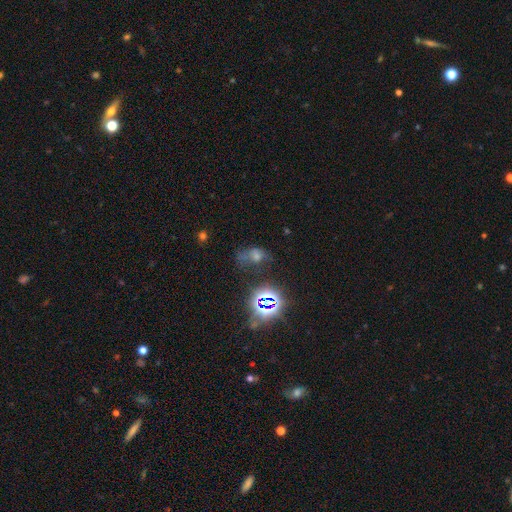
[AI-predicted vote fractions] Smooth or featured: star or artifact — 51% (smooth — 30%)